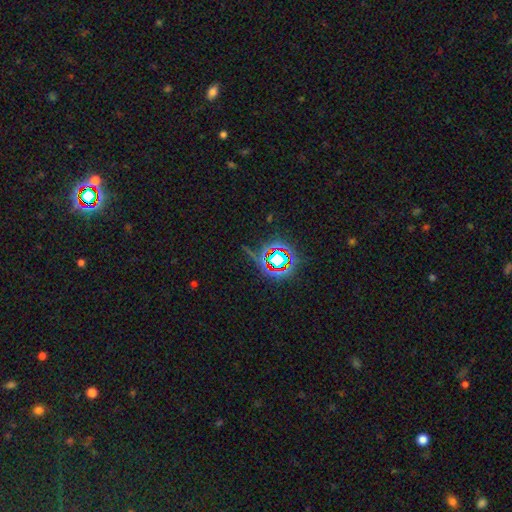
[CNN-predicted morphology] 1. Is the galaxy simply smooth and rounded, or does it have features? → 79% star or artifact, 12% smooth, 9% featured or disk.